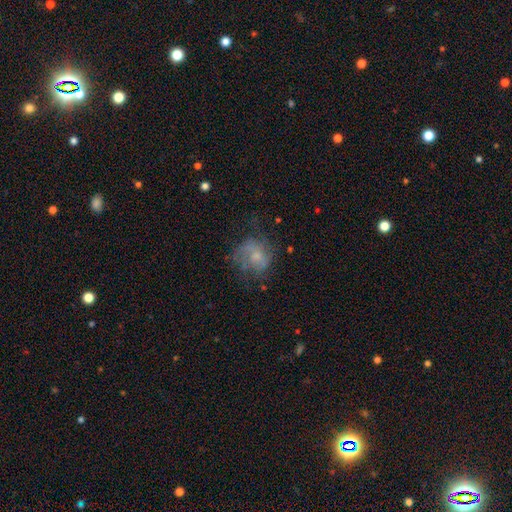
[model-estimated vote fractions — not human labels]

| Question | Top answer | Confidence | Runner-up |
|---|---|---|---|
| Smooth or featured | smooth | 47% | featured or disk (42%) |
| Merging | none | 47% | major disturbance (26%) |